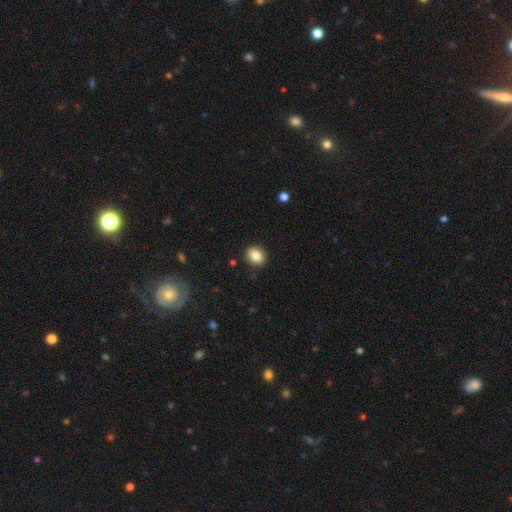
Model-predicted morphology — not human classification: type=smooth (83%); roundness=round (61%); merging=none (89%).